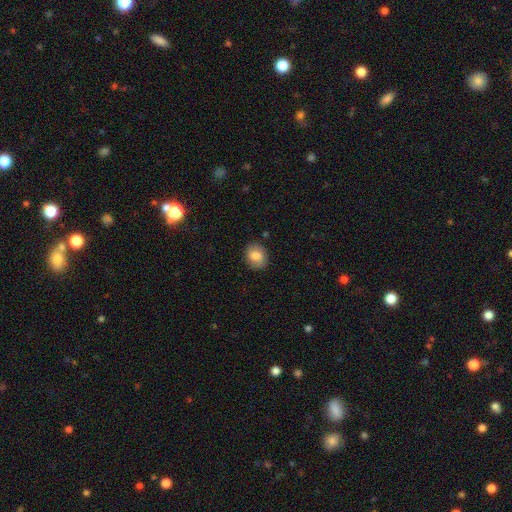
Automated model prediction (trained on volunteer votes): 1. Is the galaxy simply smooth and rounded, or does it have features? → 80% smooth, 12% featured or disk, 8% star or artifact.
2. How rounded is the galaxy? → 51% round, 48% in between, 1% cigar-shaped.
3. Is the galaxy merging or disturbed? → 84% none, 11% minor disturbance, 3% major disturbance, 1% merger.